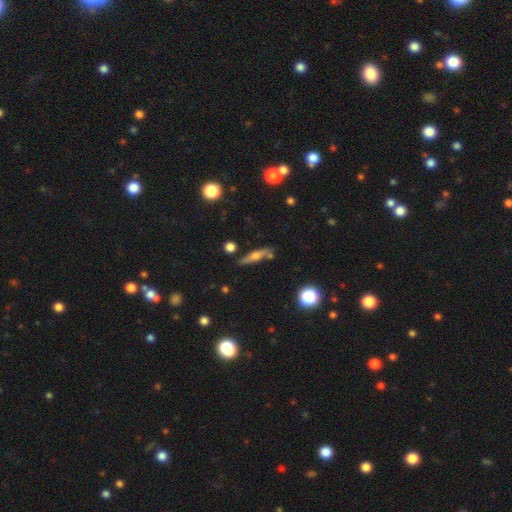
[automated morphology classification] The model was most divided on "smooth or featured": featured or disk: 49%, smooth: 42%, star or artifact: 10%. More confident: merging — none (76%).